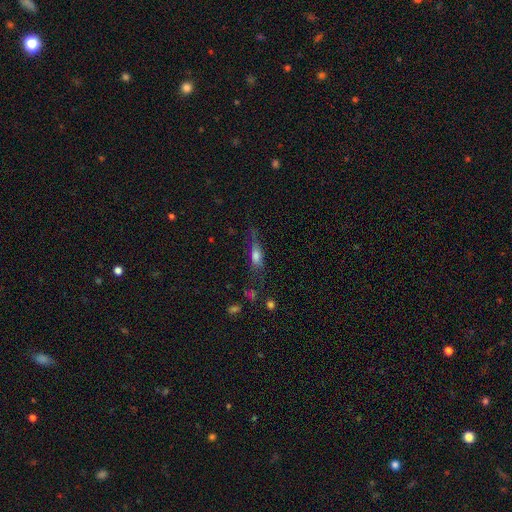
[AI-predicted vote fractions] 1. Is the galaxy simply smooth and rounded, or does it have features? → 62% smooth, 27% featured or disk, 11% star or artifact.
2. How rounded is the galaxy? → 55% in between, 41% cigar-shaped, 4% round.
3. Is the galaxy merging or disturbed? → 51% none, 26% minor disturbance, 19% major disturbance, 4% merger.